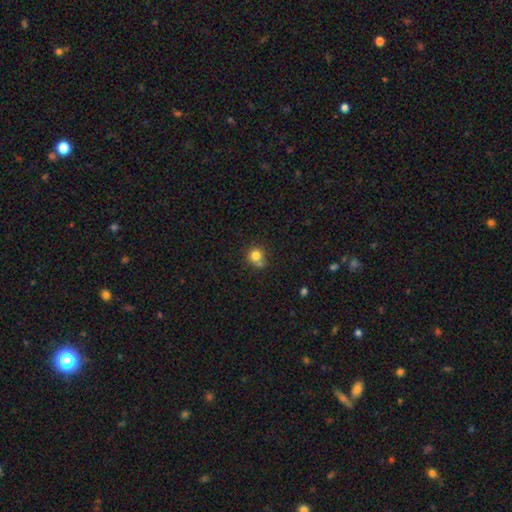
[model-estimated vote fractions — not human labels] Smooth or featured?
  - smooth: 80% *
  - star or artifact: 12%
  - featured or disk: 8%
How rounded?
  - round: 89% *
  - in between: 10%
  - cigar-shaped: 1%
Merging?
  - none: 63% *
  - merger: 19%
  - minor disturbance: 14%
  - major disturbance: 4%